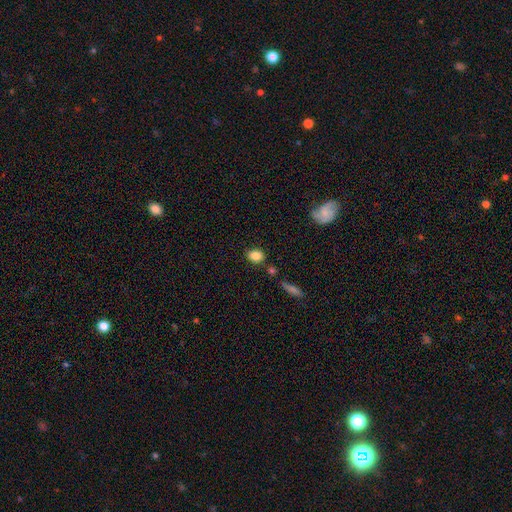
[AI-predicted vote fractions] smooth 85%, star or artifact 9%, featured or disk 6%. Down the decision tree: how rounded — in between (53%); merging — none (82%).